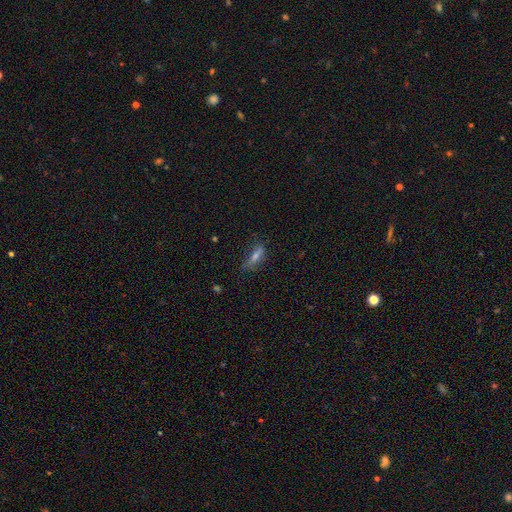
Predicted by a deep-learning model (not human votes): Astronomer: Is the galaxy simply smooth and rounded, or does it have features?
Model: smooth — 50% (runner-up: featured or disk, 32%).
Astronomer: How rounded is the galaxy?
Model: cigar-shaped — 53% (runner-up: in between, 42%).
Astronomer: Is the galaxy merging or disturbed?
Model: none — 62%.